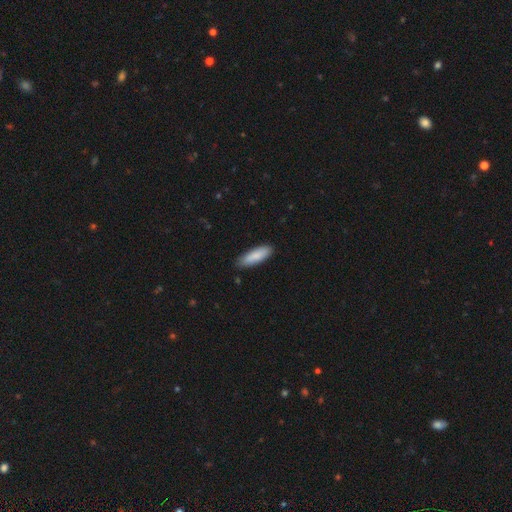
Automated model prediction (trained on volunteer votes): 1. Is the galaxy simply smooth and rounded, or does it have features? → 85% smooth, 10% featured or disk, 5% star or artifact.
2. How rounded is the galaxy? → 51% in between, 47% cigar-shaped, 2% round.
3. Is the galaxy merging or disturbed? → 85% none, 12% minor disturbance, 2% major disturbance, 1% merger.